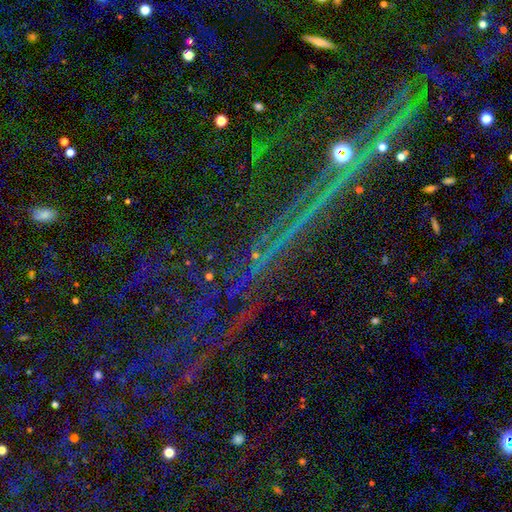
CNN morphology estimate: star or artifact 78%, featured or disk 12%, smooth 10%.